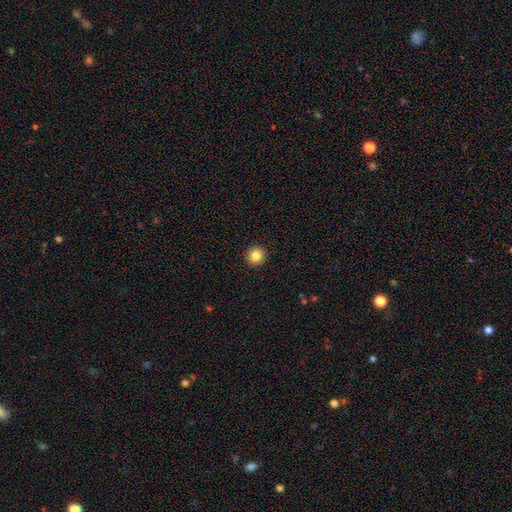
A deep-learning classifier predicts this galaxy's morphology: Overall: smooth (85%). How rounded: round (95%). Merging: none (94%).